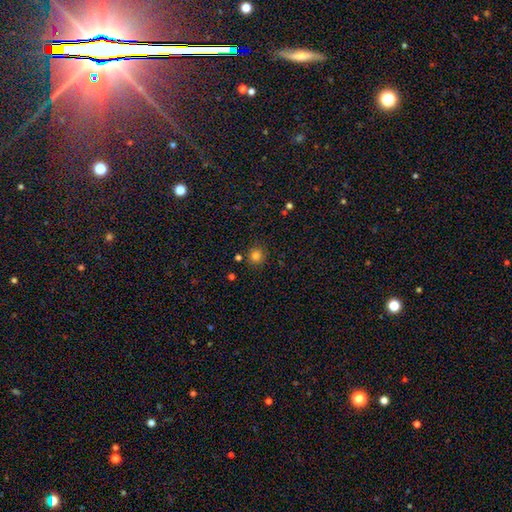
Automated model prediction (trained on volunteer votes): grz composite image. It shows a smooth galaxy with no disk features (81%) that is round (92%). Merging: none (86%).